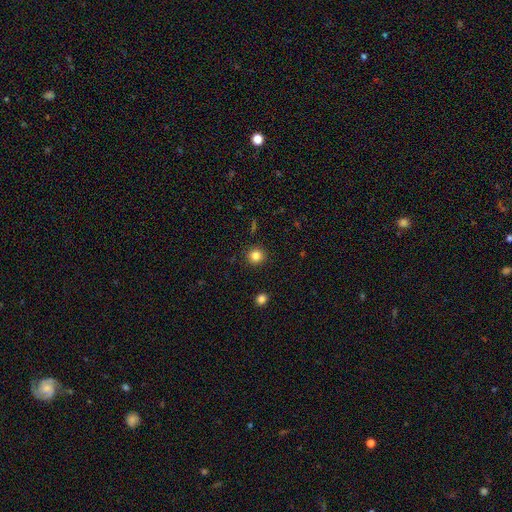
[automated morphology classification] Overall: smooth (83%). How rounded: round (92%). Merging: none (92%).